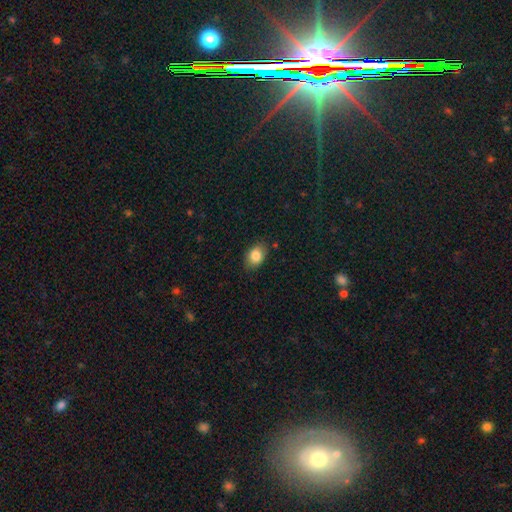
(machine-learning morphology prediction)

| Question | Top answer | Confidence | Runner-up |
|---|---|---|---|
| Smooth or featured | smooth | 84% | star or artifact (9%) |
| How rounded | in between | 74% | round (24%) |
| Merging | none | 82% | minor disturbance (14%) |